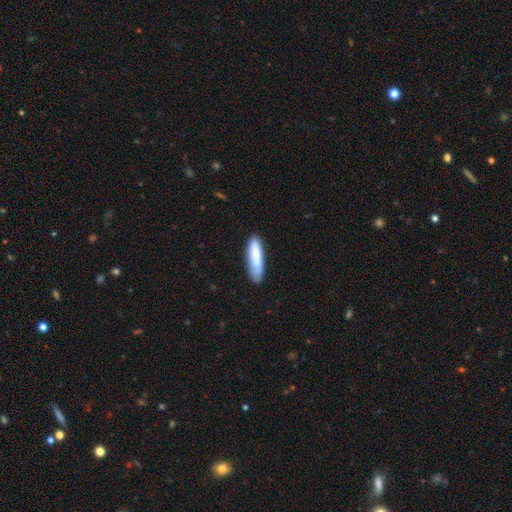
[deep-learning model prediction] smooth_or_featured: smooth (p=0.82) [alt: featured or disk p=0.12]
how_rounded: cigar-shaped (p=0.75) [alt: in between p=0.24]
merging: none (p=0.78) [alt: minor disturbance p=0.17]